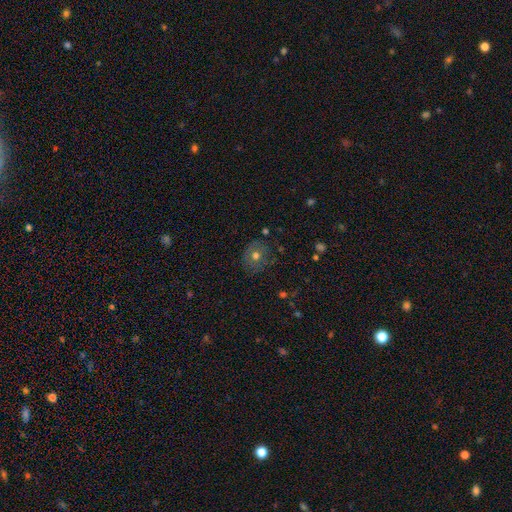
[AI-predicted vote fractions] smooth 58%, featured or disk 31%, star or artifact 12%. Down the decision tree: how rounded — round (77%); merging — none (78%).